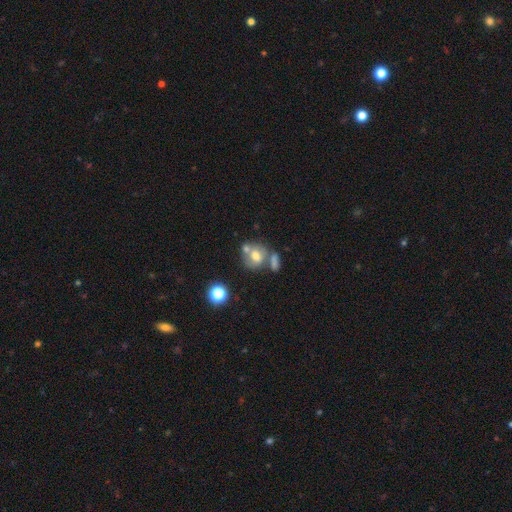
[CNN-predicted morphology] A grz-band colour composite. It shows a smooth galaxy with no disk features (59%) that is round (67%). Merging: none (41%).